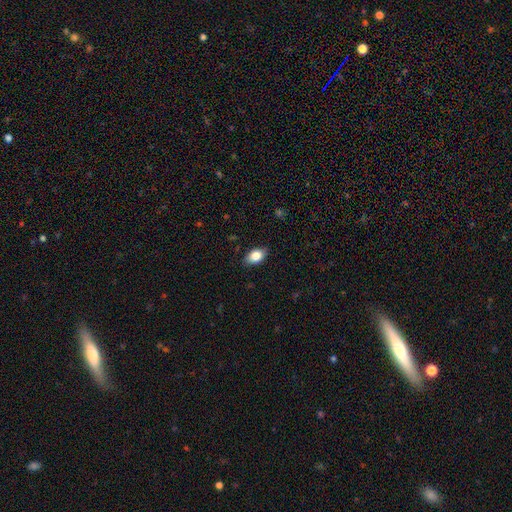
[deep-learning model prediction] Overall: smooth (83%). How rounded: in between (89%). Merging: none (84%).